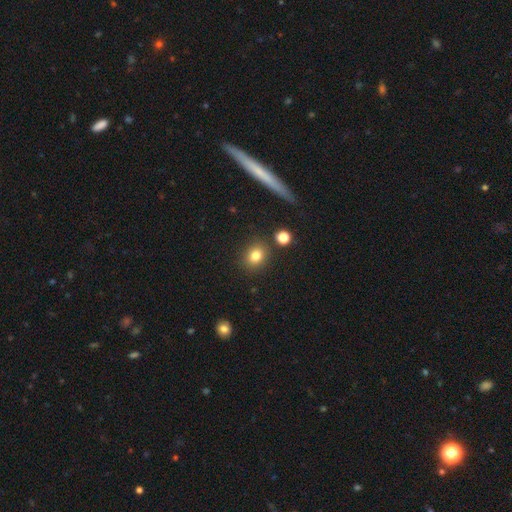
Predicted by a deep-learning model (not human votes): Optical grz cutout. It shows a smooth galaxy with no disk features (81%) that is round (65%). Merging: none (84%).